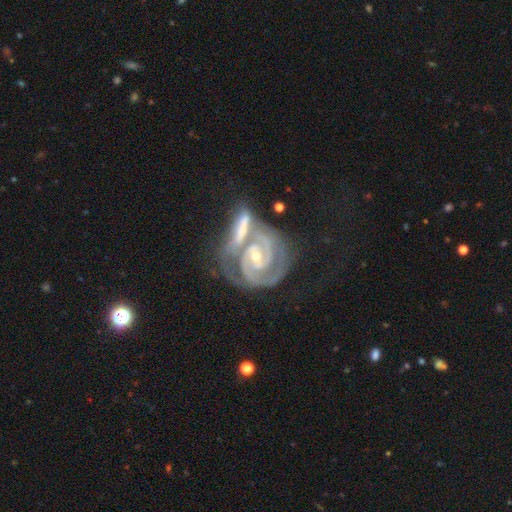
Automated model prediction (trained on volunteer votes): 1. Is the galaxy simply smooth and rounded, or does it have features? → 91% featured or disk, 5% star or artifact, 4% smooth.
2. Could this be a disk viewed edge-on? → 97% no, 3% yes.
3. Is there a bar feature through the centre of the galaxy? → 42% no, 35% weak, 23% strong.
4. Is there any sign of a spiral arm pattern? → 98% yes, 2% no.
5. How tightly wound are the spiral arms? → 74% tight, 23% medium, 3% loose.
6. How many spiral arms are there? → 76% 2, 10% 3, 7% can't tell, 3% 1, 2% 4, 2% more than 4.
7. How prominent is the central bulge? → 65% small, 32% moderate, 1% large, 1% none, 1% dominant.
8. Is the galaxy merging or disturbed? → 40% merger, 39% none, 13% minor disturbance, 8% major disturbance.